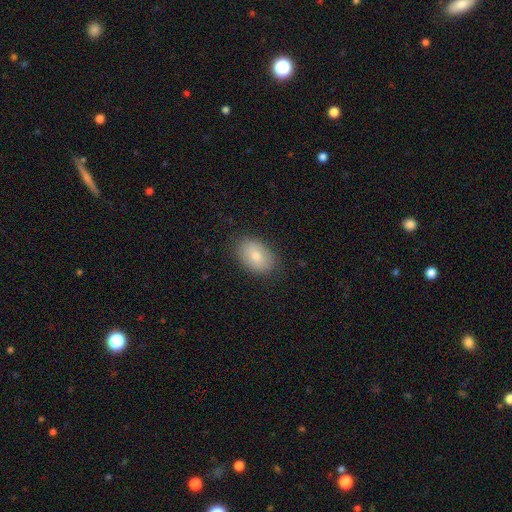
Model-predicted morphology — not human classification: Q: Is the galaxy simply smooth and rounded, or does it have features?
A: smooth — 77%.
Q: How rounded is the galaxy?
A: in between — 84%.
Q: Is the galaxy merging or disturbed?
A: none — 84%.